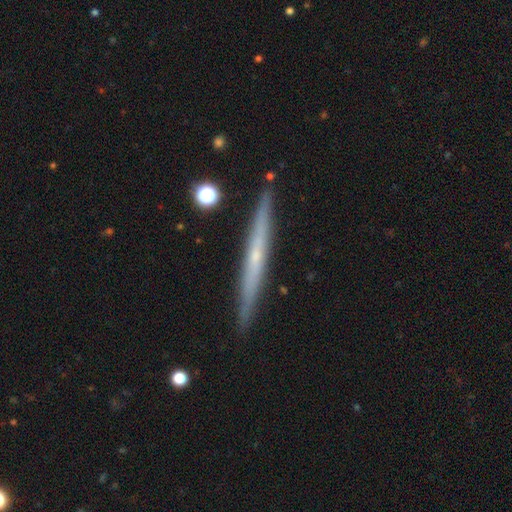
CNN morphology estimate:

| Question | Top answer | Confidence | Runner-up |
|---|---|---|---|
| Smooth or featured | featured or disk | 67% | smooth (27%) |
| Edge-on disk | yes | 97% | no (3%) |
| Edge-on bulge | none | 62% | rounded (35%) |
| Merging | none | 91% | minor disturbance (7%) |